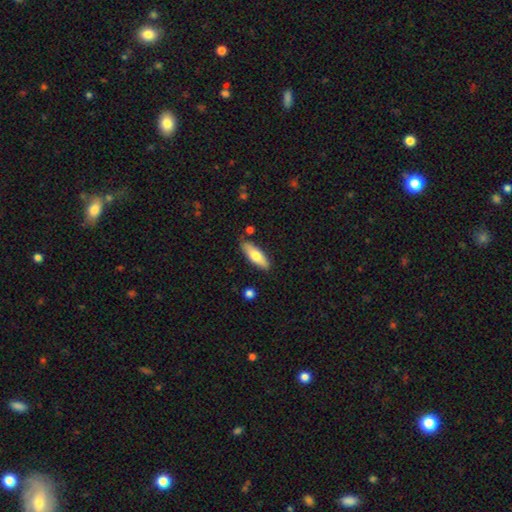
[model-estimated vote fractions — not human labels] Overall: smooth (68%). How rounded: in between (56%; cigar-shaped 42%). Merging: none (83%).